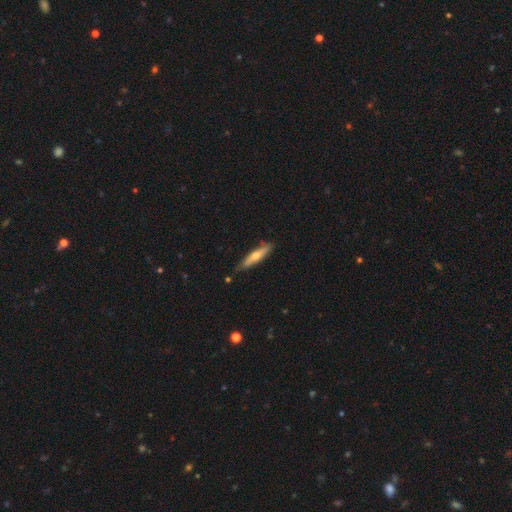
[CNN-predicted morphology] A smooth galaxy with no disk features (54%) that is cigar-shaped (86%).

Vote fractions:
- Smooth or featured? smooth: 54% / featured or disk: 40% / star or artifact: 6%
- How rounded? cigar-shaped: 86% / in between: 13% / round: 2%
- Merging? none: 76% / minor disturbance: 19% / major disturbance: 3% / merger: 2%